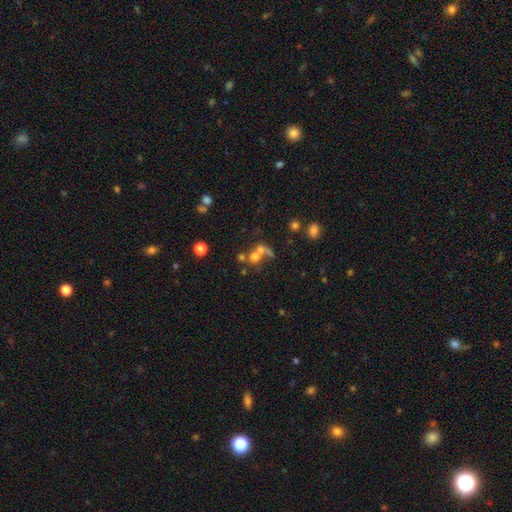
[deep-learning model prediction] Q: Smooth or featured?
A: smooth (57%); runner-up: featured or disk (22%)
Q: How rounded?
A: round (80%); runner-up: in between (19%)
Q: Merging?
A: merger (52%); runner-up: none (32%)